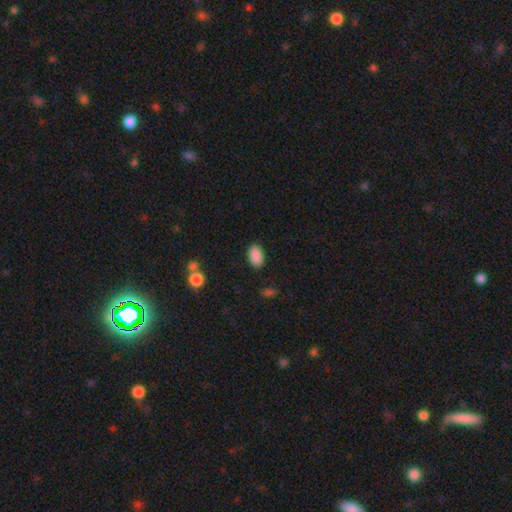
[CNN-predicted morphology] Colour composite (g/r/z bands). It shows a smooth galaxy with no disk features (89%) that is in between round and cigar-shaped (91%). Merging: none (87%).